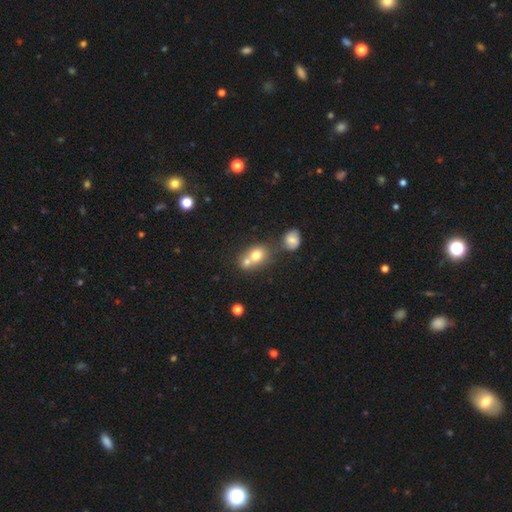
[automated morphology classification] The model was most divided on "merging": merger: 54%, none: 34%, minor disturbance: 8%, major disturbance: 4%. More confident: smooth or featured — smooth (72%); how rounded — round (63%).